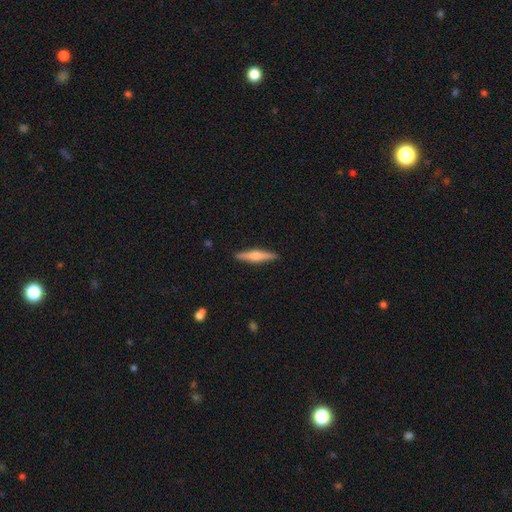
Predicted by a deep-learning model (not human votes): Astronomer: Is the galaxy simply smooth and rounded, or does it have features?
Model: featured or disk — 53% (runner-up: smooth, 41%).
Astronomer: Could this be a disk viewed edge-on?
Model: yes — 97%.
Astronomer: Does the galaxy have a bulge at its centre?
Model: rounded — 80%.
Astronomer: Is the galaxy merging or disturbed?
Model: none — 91%.